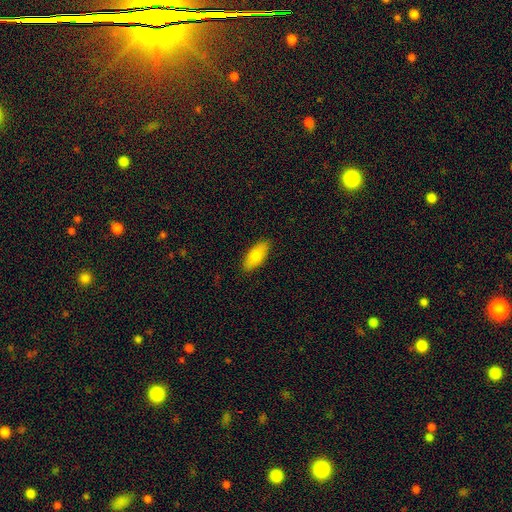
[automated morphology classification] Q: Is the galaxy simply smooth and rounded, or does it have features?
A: smooth — 77%.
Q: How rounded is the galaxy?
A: in between — 84%.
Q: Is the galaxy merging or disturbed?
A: none — 88%.